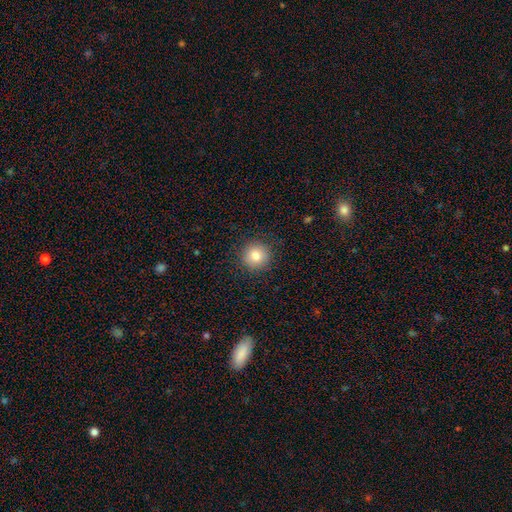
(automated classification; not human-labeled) A smooth galaxy with no disk features (83%) that is round (94%).

Vote fractions:
- Smooth or featured? smooth: 83% / star or artifact: 10% / featured or disk: 7%
- How rounded? round: 94% / in between: 5% / cigar-shaped: 1%
- Merging? none: 90% / minor disturbance: 7% / major disturbance: 2% / merger: 1%